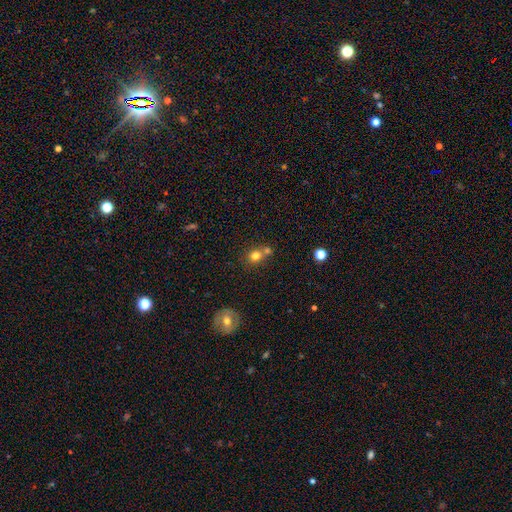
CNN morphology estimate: smooth_or_featured: smooth (p=0.77) [alt: star or artifact p=0.13]
how_rounded: round (p=0.78) [alt: in between p=0.21]
merging: none (p=0.49) [alt: merger p=0.40]